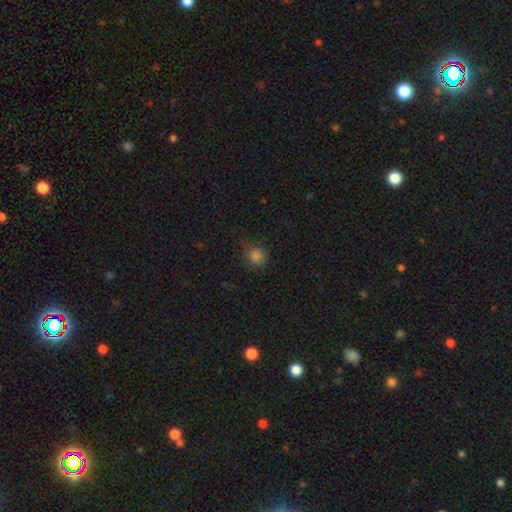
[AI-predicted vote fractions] Q: Smooth or featured?
A: smooth (82%); runner-up: star or artifact (15%)
Q: How rounded?
A: round (91%); runner-up: in between (8%)
Q: Merging?
A: none (82%); runner-up: minor disturbance (13%)